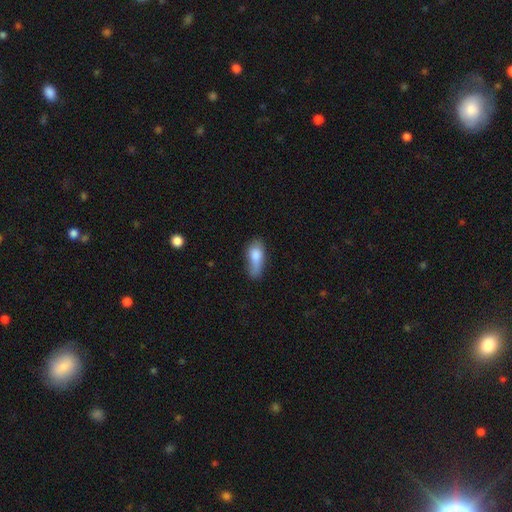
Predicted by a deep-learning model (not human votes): smooth-or-featured: smooth: 78% | featured or disk: 15% | star or artifact: 8%
  how-rounded: in between: 69% | cigar-shaped: 27% | round: 4%
  merging: none: 41% | minor disturbance: 36% | major disturbance: 17% | merger: 6%